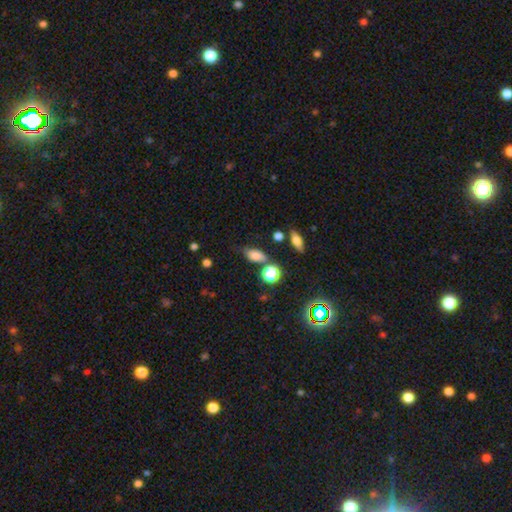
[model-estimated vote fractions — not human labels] The model was most divided on "merging": none: 60%, minor disturbance: 24%, merger: 8%, major disturbance: 8%. More confident: how rounded — in between (79%); smooth or featured — smooth (74%).